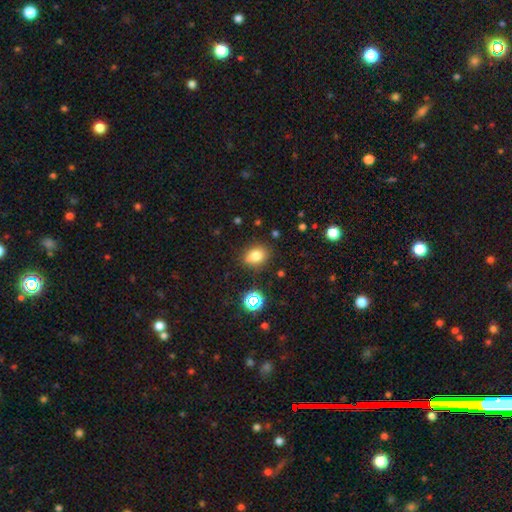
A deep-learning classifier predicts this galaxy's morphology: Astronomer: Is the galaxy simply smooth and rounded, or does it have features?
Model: smooth — 76%.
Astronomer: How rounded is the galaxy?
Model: in between — 56% (runner-up: round, 42%).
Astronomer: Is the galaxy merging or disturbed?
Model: none — 77%.